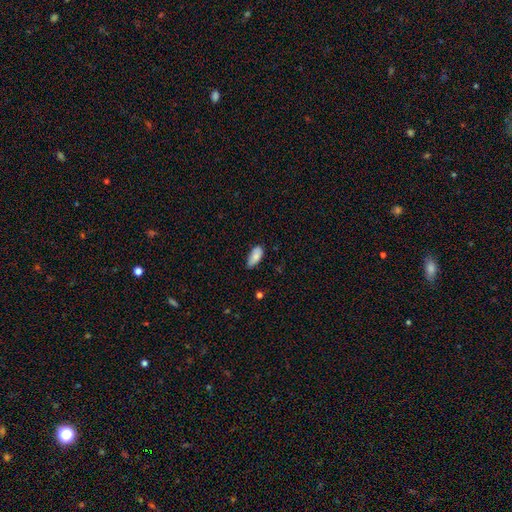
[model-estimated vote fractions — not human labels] Smooth or featured?
  - smooth: 81% *
  - featured or disk: 12%
  - star or artifact: 7%
How rounded?
  - in between: 91% *
  - cigar-shaped: 7%
  - round: 2%
Merging?
  - none: 63% *
  - minor disturbance: 31%
  - major disturbance: 5%
  - merger: 2%